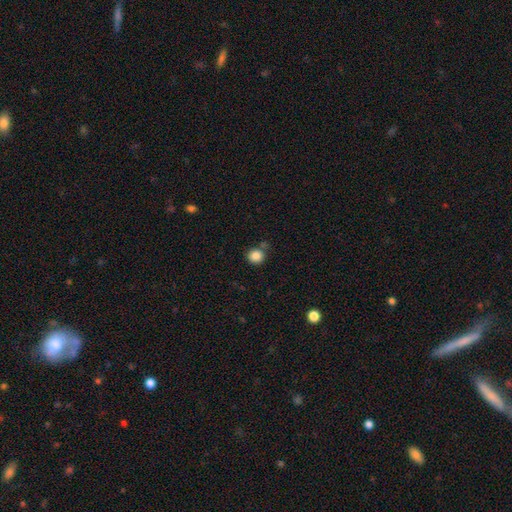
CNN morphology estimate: Smooth or featured: smooth — 86% (star or artifact — 10%)
How rounded: round — 89% (in between — 10%)
Merging: none — 73% (minor disturbance — 13%)